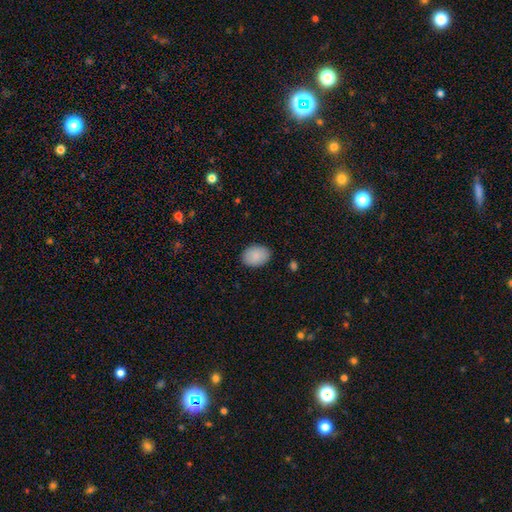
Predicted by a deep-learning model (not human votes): A smooth galaxy with no disk features (89%) that is in between round and cigar-shaped (75%).

Vote fractions:
- Smooth or featured? smooth: 89% / star or artifact: 6% / featured or disk: 4%
- How rounded? in between: 75% / round: 24% / cigar-shaped: 1%
- Merging? none: 88% / minor disturbance: 9% / major disturbance: 2% / merger: 1%